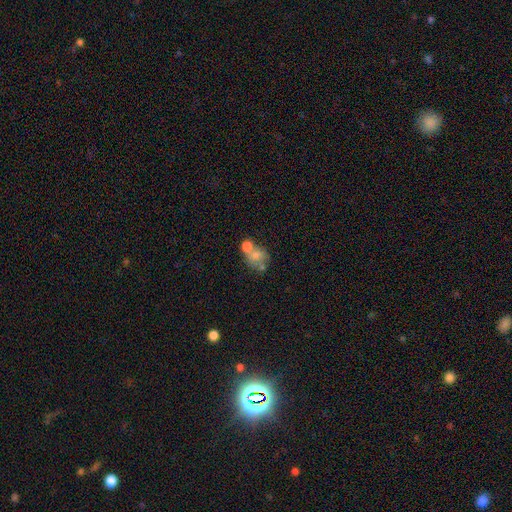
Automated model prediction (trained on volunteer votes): The model was most divided on "merging": merger: 50%, none: 31%, minor disturbance: 11%, major disturbance: 8%. More confident: smooth or featured — smooth (65%); how rounded — round (62%).